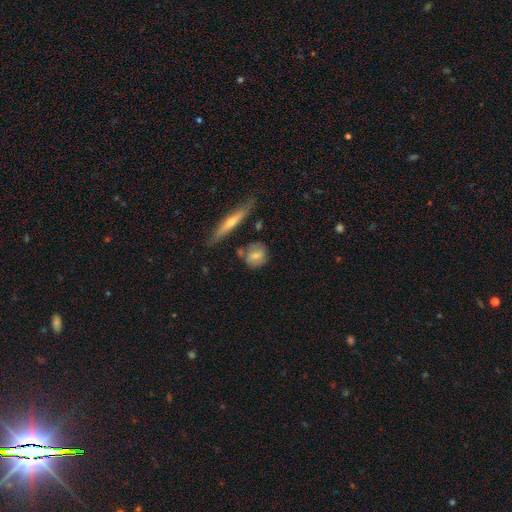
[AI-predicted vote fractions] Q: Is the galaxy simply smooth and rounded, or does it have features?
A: smooth — 68%.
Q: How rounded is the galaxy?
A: round — 68%.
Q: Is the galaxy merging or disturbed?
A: none — 70%.